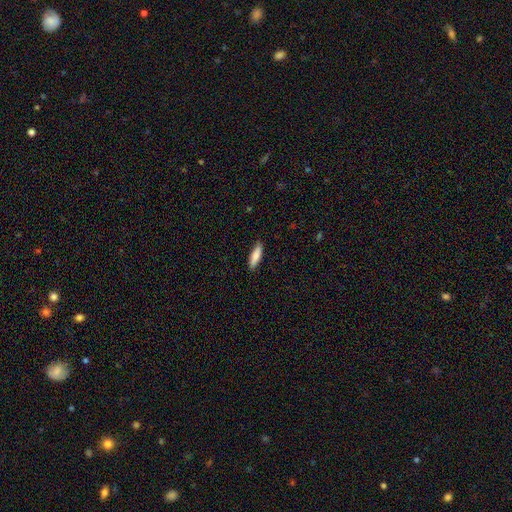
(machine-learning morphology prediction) type=smooth (82%); roundness=cigar-shaped (61%); merging=none (87%).